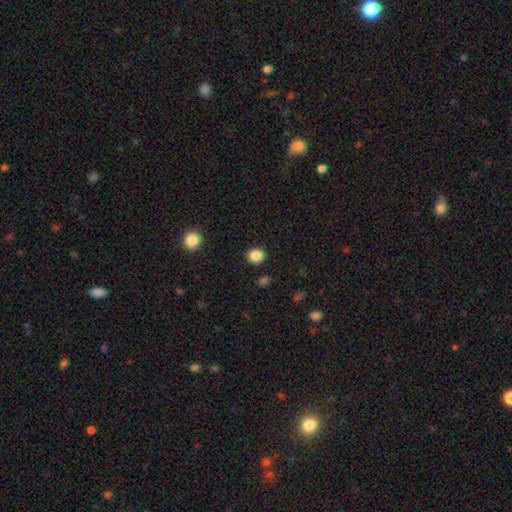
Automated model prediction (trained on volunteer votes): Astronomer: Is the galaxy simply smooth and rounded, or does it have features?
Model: smooth — 87%.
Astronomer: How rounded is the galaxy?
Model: round — 73%.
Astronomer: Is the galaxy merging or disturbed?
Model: none — 90%.